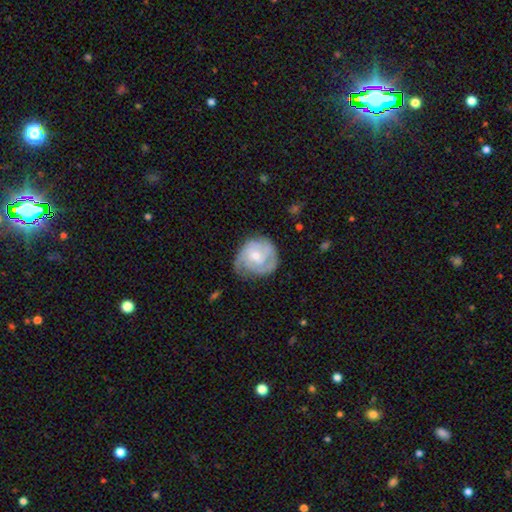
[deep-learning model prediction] Smooth or featured?
  - featured or disk: 76% *
  - smooth: 19%
  - star or artifact: 6%
Edge-on disk?
  - no: 98% *
  - yes: 2%
Bar?
  - no: 71% *
  - weak: 26%
  - strong: 4%
Spiral arms?
  - yes: 92% *
  - no: 8%
Spiral winding?
  - tight: 61% *
  - medium: 30%
  - loose: 8%
Spiral arm count?
  - 3: 33% *
  - can't tell: 28%
  - 2: 21%
  - 4: 8%
  - 1: 5%
  - more than 4: 4%
Bulge size?
  - small: 58% *
  - moderate: 38%
  - none: 2%
  - large: 2%
  - dominant: 1%
Merging?
  - none: 67% *
  - minor disturbance: 23%
  - major disturbance: 9%
  - merger: 2%